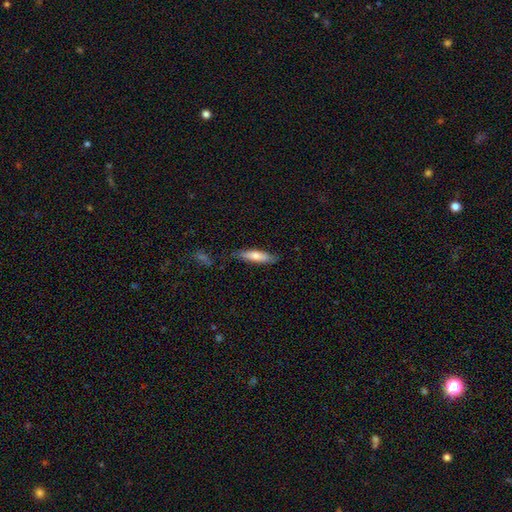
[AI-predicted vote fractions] smooth-or-featured: smooth: 68% | featured or disk: 25% | star or artifact: 6%
  how-rounded: cigar-shaped: 76% | in between: 23% | round: 2%
  merging: none: 79% | minor disturbance: 15% | major disturbance: 3% | merger: 2%